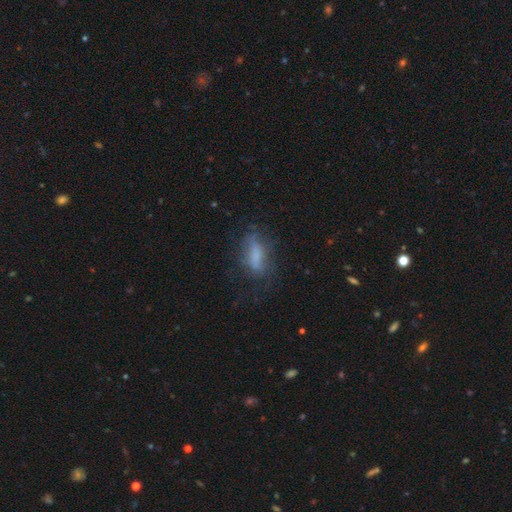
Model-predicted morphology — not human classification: A smooth galaxy with no disk features (56%) that is in between round and cigar-shaped (61%).

Vote fractions:
- Smooth or featured? smooth: 56% / featured or disk: 32% / star or artifact: 12%
- How rounded? in between: 61% / cigar-shaped: 35% / round: 4%
- Merging? none: 54% / minor disturbance: 24% / major disturbance: 20% / merger: 2%